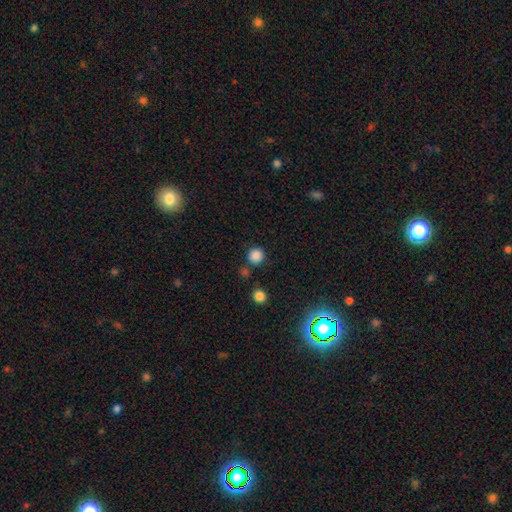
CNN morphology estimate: Smooth or featured? Predicted: smooth (p=0.85). How rounded? Predicted: round (p=0.94). Merging? Predicted: none (p=0.81).